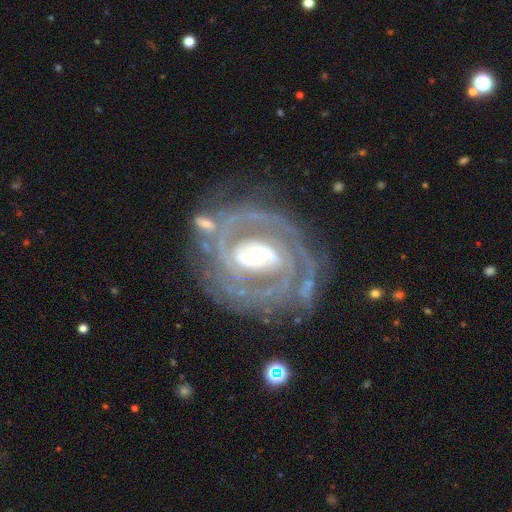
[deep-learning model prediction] A featured or disk galaxy (90%) with a weak bar (34%), 2 (57%) tight (59%) spiral arms (96%) and a moderate central bulge (61%). Merging: none (67%).